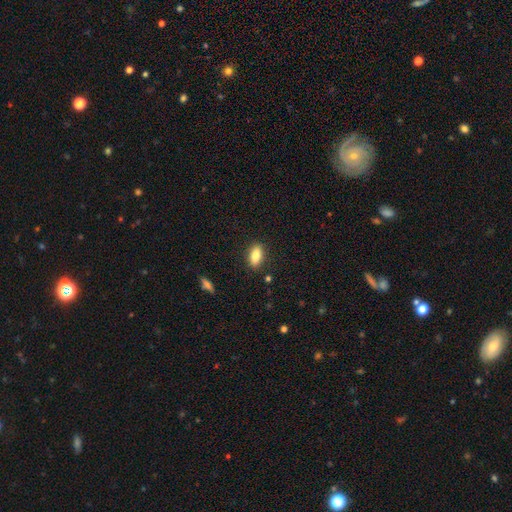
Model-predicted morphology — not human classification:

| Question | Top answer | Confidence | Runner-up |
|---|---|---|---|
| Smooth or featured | smooth | 82% | featured or disk (10%) |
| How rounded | in between | 85% | cigar-shaped (10%) |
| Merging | none | 87% | minor disturbance (9%) |